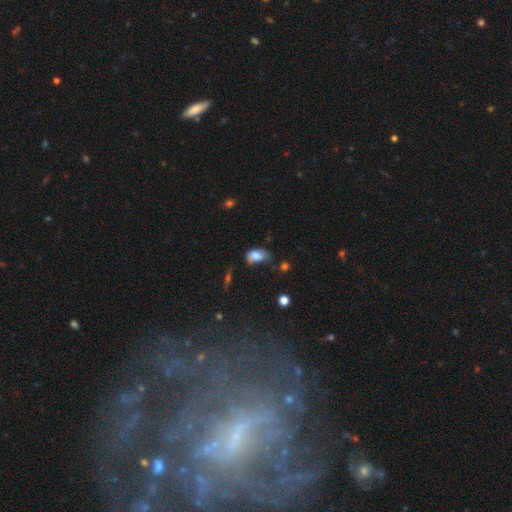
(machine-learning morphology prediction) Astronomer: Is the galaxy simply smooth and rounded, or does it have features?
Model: smooth — 78%.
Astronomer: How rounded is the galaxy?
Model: in between — 87%.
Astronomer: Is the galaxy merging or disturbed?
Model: minor disturbance — 42% (runner-up: none, 30%).